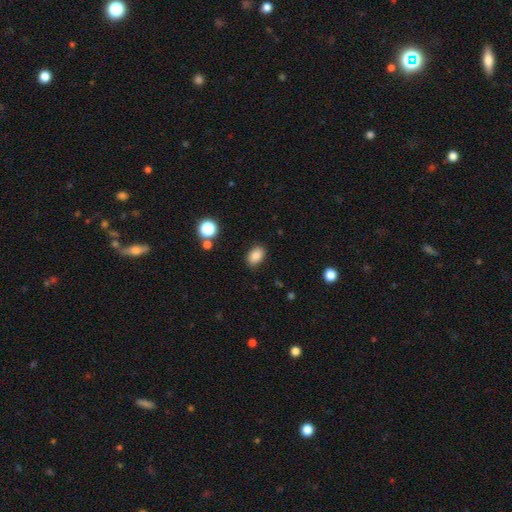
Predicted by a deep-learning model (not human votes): Smooth or featured: smooth — 82% (star or artifact — 10%)
How rounded: in between — 79% (round — 19%)
Merging: none — 86% (minor disturbance — 10%)